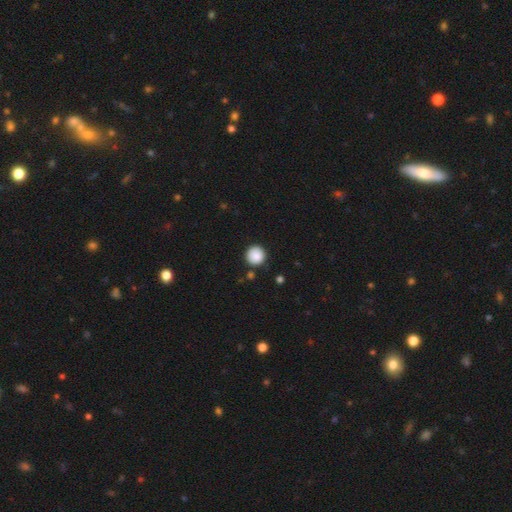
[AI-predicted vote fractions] Overall: smooth (88%). How rounded: round (95%). Merging: none (88%).